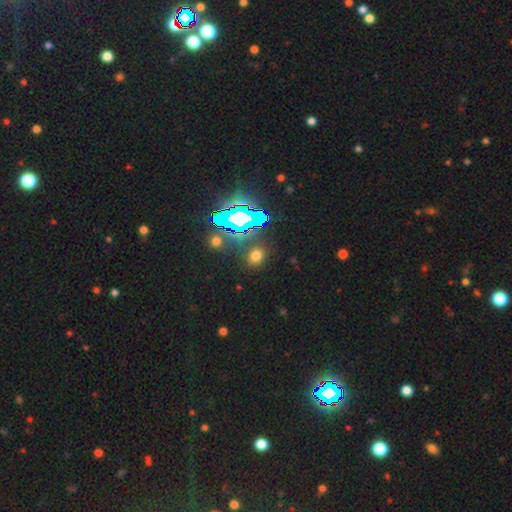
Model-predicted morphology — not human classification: Overall: smooth (59%; star or artifact 34%). How rounded: round (71%). Merging: none (86%).